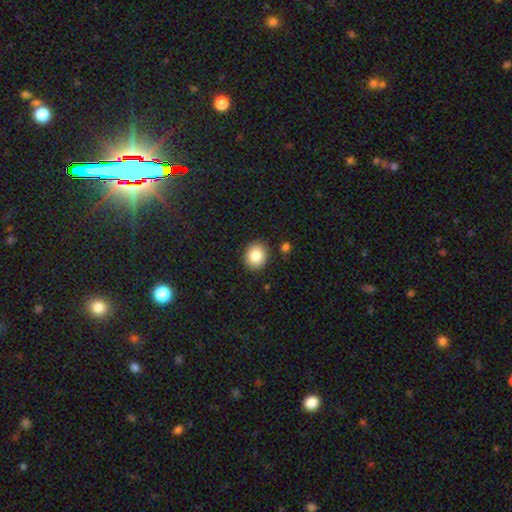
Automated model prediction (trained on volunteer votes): The model was most divided on "how rounded": round: 67%, in between: 32%, cigar-shaped: 1%. More confident: merging — none (88%); smooth or featured — smooth (85%).